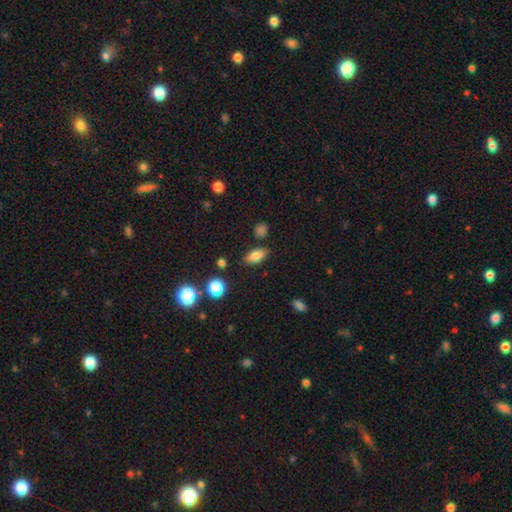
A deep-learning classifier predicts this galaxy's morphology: smooth-or-featured: smooth: 81% | star or artifact: 10% | featured or disk: 9%
  how-rounded: in between: 84% | cigar-shaped: 10% | round: 6%
  merging: none: 81% | minor disturbance: 12% | merger: 3% | major disturbance: 3%